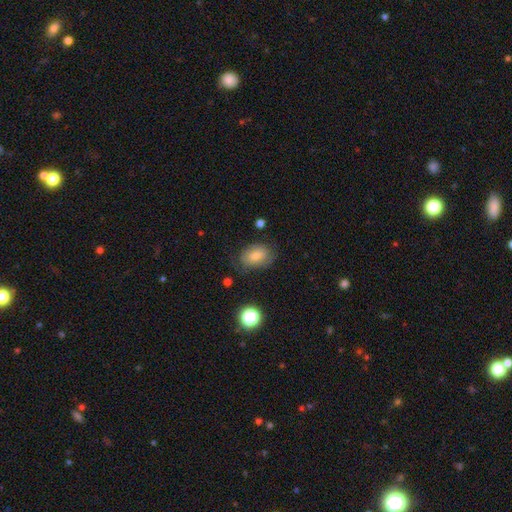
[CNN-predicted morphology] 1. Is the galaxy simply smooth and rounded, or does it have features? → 68% smooth, 20% featured or disk, 12% star or artifact.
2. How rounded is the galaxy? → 80% in between, 19% round, 1% cigar-shaped.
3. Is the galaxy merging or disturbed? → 68% none, 22% minor disturbance, 7% major disturbance, 2% merger.